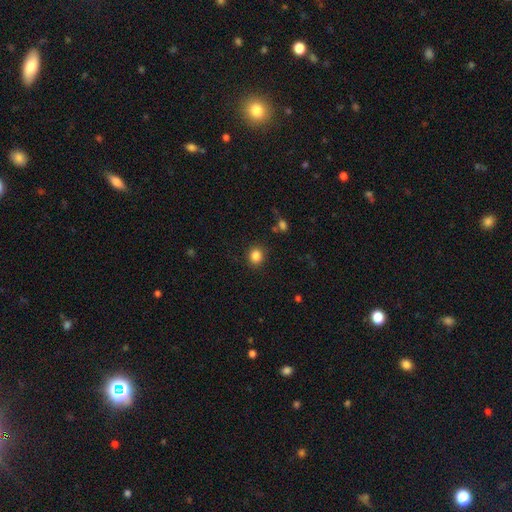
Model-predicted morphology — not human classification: smooth 85%, star or artifact 11%, featured or disk 4%. Down the decision tree: how rounded — round (77%); merging — none (88%).